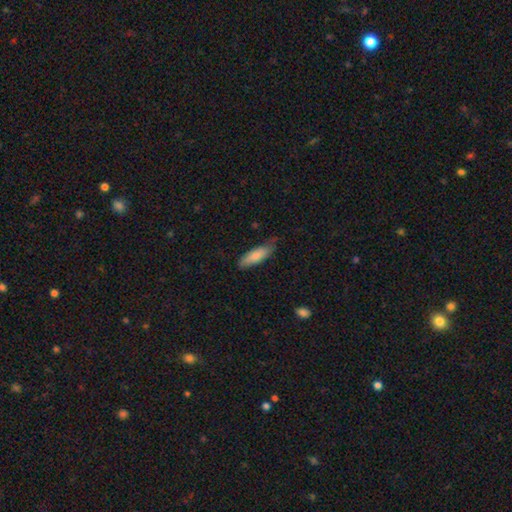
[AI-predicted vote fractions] Overall: smooth (82%). How rounded: in between (54%; cigar-shaped 45%). Merging: none (67%; minor disturbance 27%).